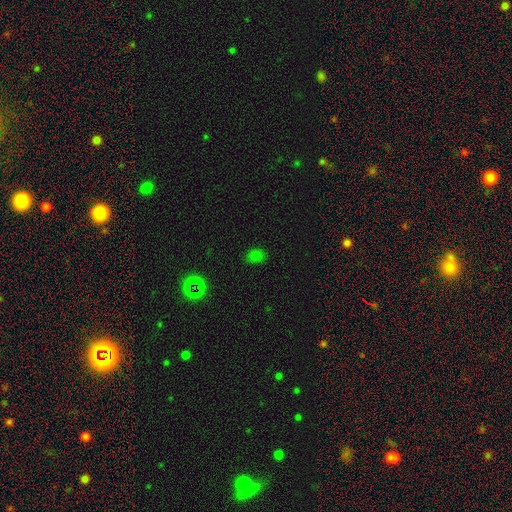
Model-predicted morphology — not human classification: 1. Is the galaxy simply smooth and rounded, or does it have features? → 69% smooth, 26% star or artifact, 5% featured or disk.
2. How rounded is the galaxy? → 66% in between, 32% round, 2% cigar-shaped.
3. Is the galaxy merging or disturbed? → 80% none, 14% minor disturbance, 4% major disturbance, 2% merger.